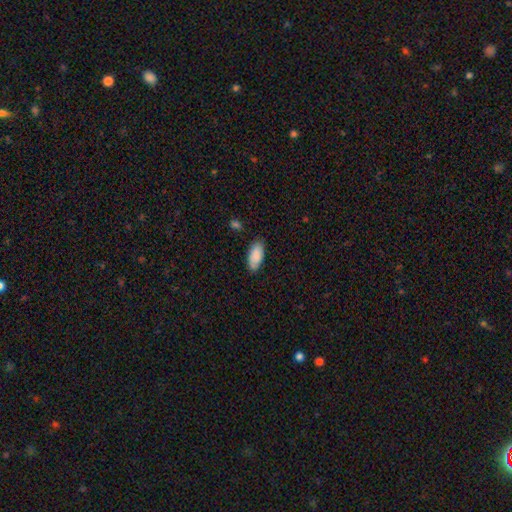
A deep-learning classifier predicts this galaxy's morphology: This appears to be a smooth galaxy with no disk features (87%) that is in between round and cigar-shaped (90%). Merging: none (81%).